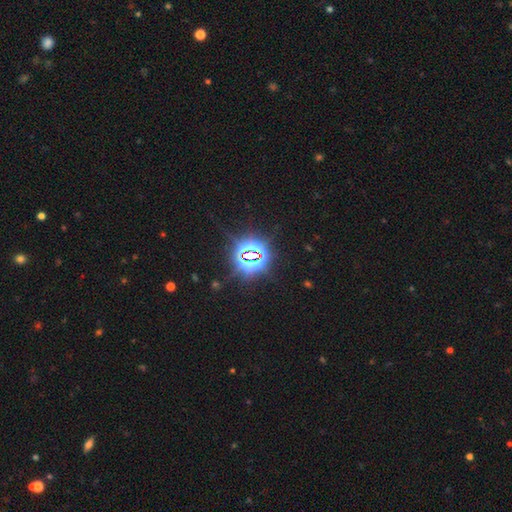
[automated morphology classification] Smooth or featured: star or artifact — 83% (smooth — 10%)